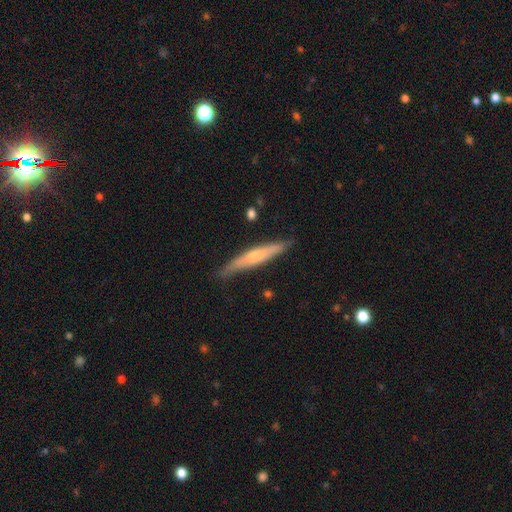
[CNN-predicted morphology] The model was most divided on "smooth or featured": smooth: 49%, featured or disk: 46%, star or artifact: 6%. More confident: merging — none (80%).